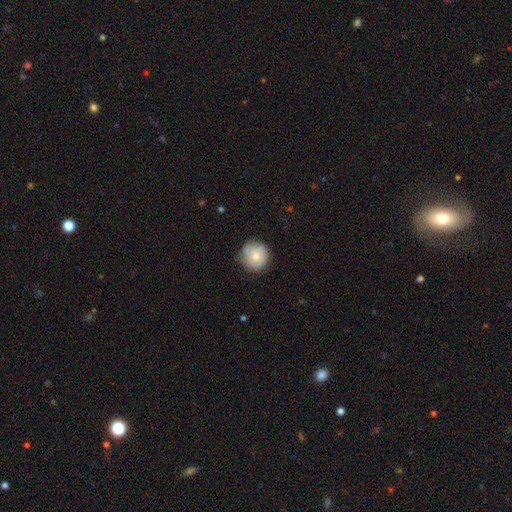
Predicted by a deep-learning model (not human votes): smooth_or_featured: smooth (p=0.66) [alt: featured or disk p=0.27]
how_rounded: round (p=0.92) [alt: in between p=0.08]
merging: none (p=0.71) [alt: minor disturbance p=0.22]